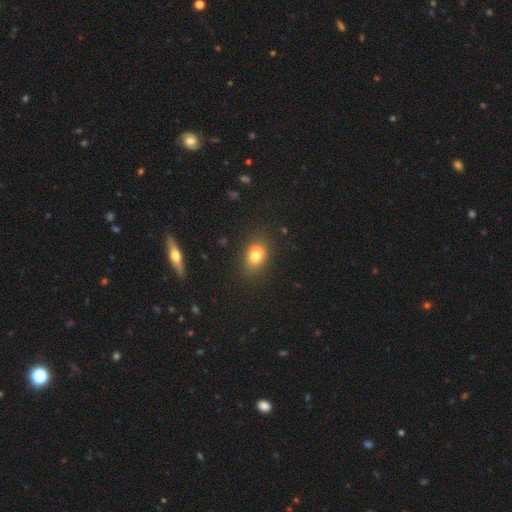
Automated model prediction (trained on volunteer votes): smooth_or_featured: smooth (p=0.74) [alt: featured or disk p=0.15]
how_rounded: in between (p=0.63) [alt: round p=0.36]
merging: none (p=0.72) [alt: minor disturbance p=0.20]